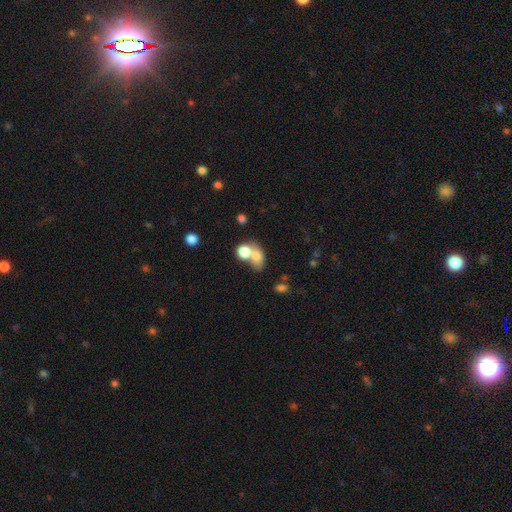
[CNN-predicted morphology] Overall: smooth (75%). How rounded: in between (58%; round 40%). Merging: merger (56%; none 29%).